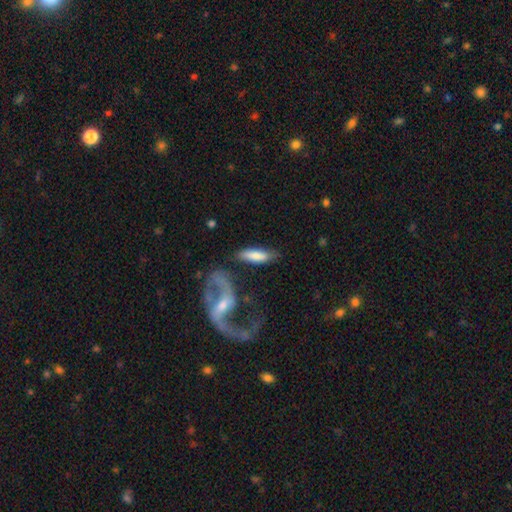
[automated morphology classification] This is likely a smooth galaxy (73%). How rounded: possibly cigar-shaped (51%). Merging: possibly none (58%).